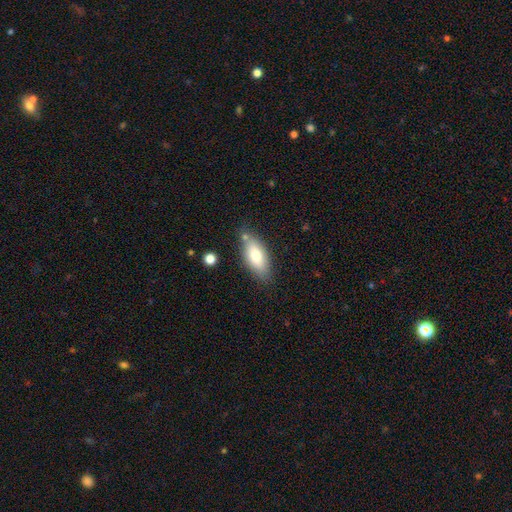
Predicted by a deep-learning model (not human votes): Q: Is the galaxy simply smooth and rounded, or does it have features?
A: smooth — 75%.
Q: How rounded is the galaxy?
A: in between — 83%.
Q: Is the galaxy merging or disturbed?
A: none — 74%.